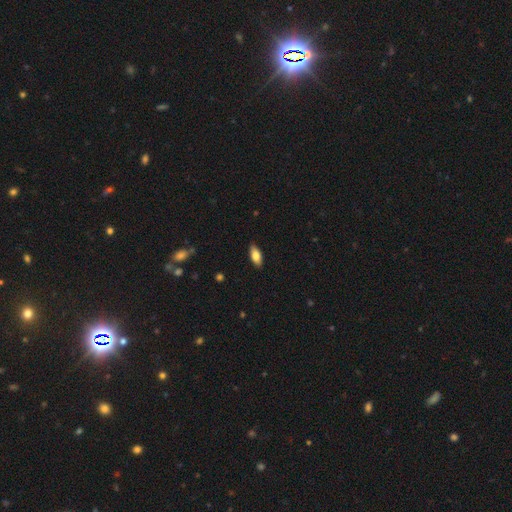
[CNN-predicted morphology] Overall: smooth (78%). How rounded: in between (86%). Merging: none (88%).